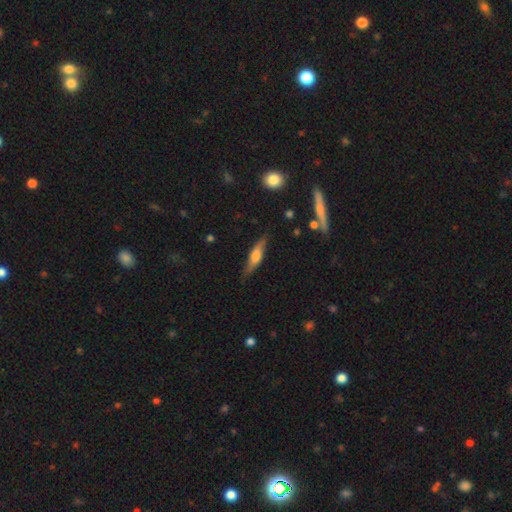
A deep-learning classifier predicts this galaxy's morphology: This appears to be a smooth galaxy with no disk features (50%) that is cigar-shaped (70%). Merging: none (80%).